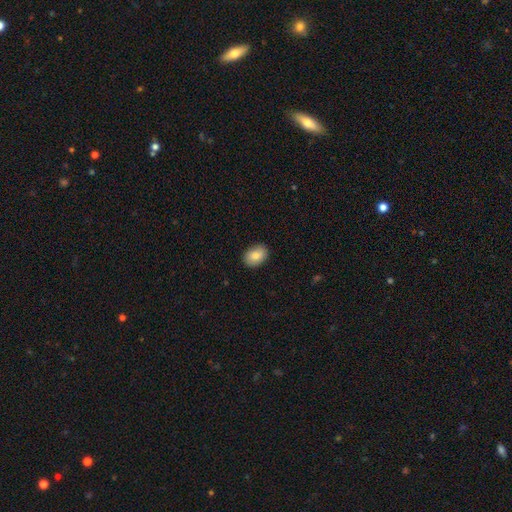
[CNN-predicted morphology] Smooth or featured? Predicted: smooth (p=0.84). How rounded? Predicted: in between (p=0.77). Merging? Predicted: none (p=0.89).